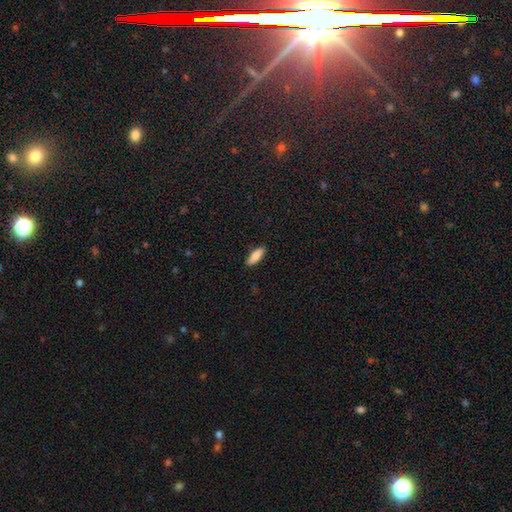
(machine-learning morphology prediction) Smooth or featured? Predicted: smooth (p=0.87). How rounded? Predicted: in between (p=0.67). Merging? Predicted: none (p=0.87).